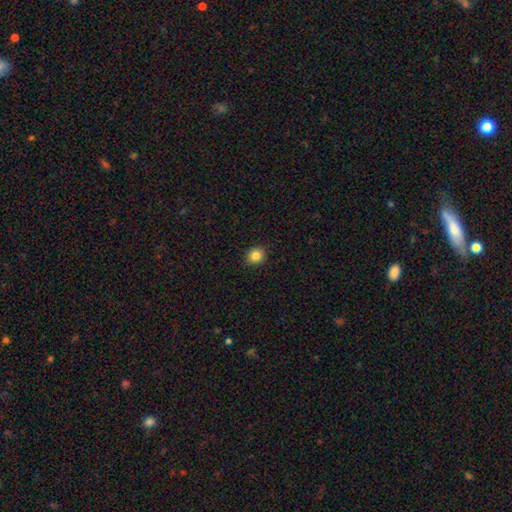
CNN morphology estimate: type=smooth (84%); roundness=round (79%); merging=none (92%).